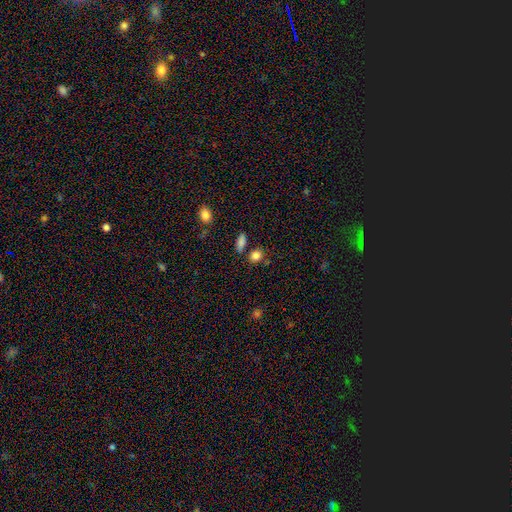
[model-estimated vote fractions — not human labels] Smooth or featured? Predicted: smooth (p=0.84). How rounded? Predicted: round (p=0.50). Merging? Predicted: none (p=0.72).